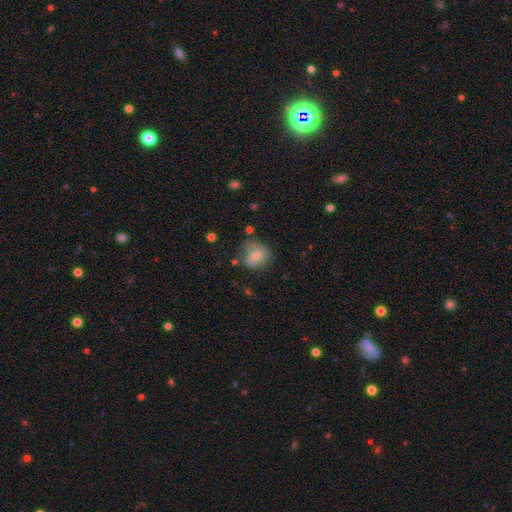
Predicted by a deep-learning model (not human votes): Smooth or featured? smooth (66%)
How rounded? round (66%)
Merging? none (55%)